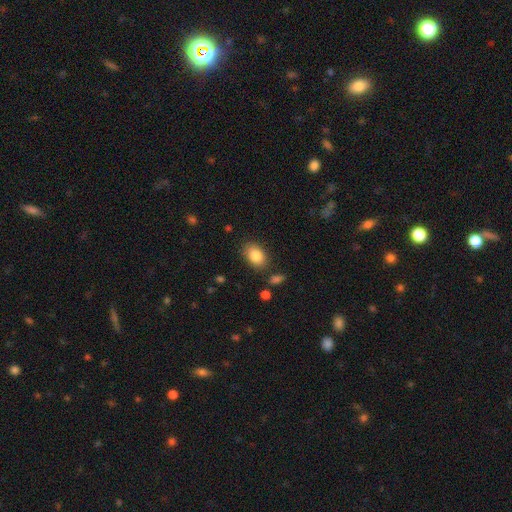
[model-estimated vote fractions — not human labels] smooth-or-featured: smooth: 85% | star or artifact: 8% | featured or disk: 7%
  how-rounded: in between: 79% | round: 20% | cigar-shaped: 1%
  merging: none: 80% | minor disturbance: 13% | major disturbance: 4% | merger: 3%